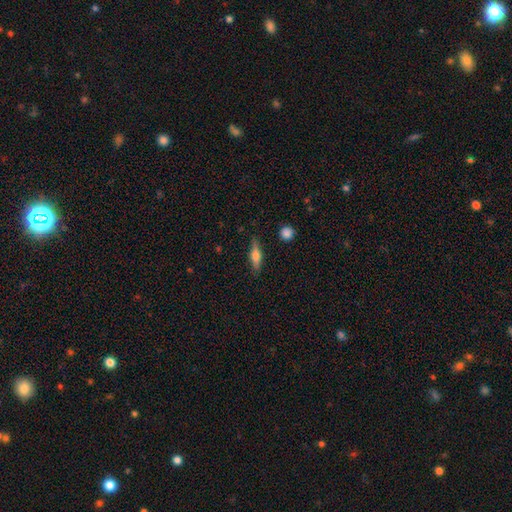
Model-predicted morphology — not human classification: A smooth galaxy with no disk features (52%) that is cigar-shaped (63%).

Vote fractions:
- Smooth or featured? smooth: 52% / featured or disk: 40% / star or artifact: 7%
- How rounded? cigar-shaped: 63% / in between: 33% / round: 4%
- Merging? none: 84% / minor disturbance: 11% / major disturbance: 3% / merger: 2%